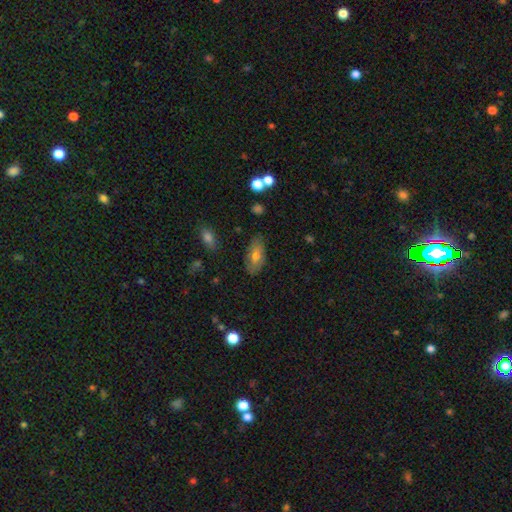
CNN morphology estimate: Smooth or featured? smooth (67%)
How rounded? in between (88%)
Merging? none (80%)